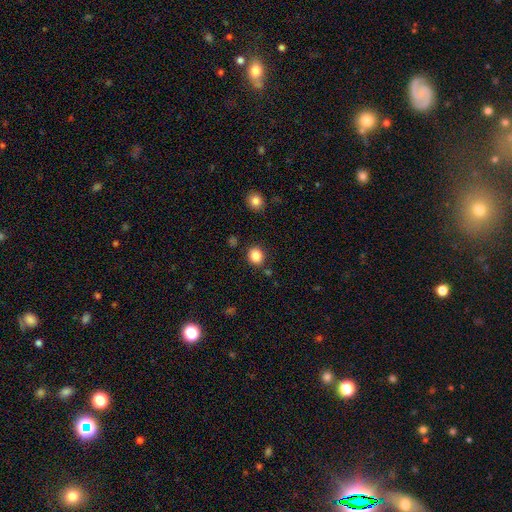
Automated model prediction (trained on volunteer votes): Smooth or featured? Predicted: smooth (p=0.86). How rounded? Predicted: round (p=0.75). Merging? Predicted: none (p=0.86).